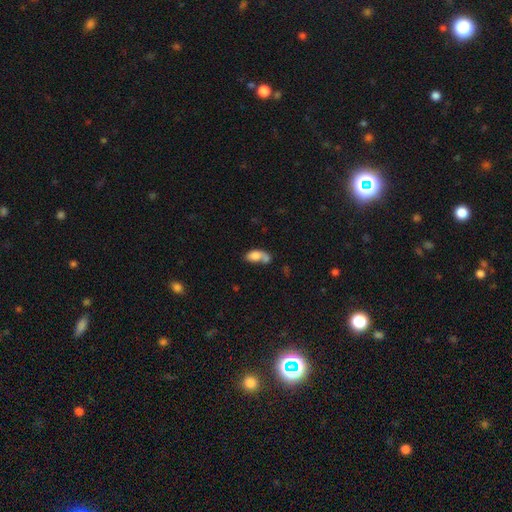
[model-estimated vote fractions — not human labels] Smooth or featured?
  - smooth: 76% *
  - featured or disk: 16%
  - star or artifact: 9%
How rounded?
  - in between: 87% *
  - round: 9%
  - cigar-shaped: 5%
Merging?
  - merger: 49% *
  - none: 25%
  - minor disturbance: 13%
  - major disturbance: 12%